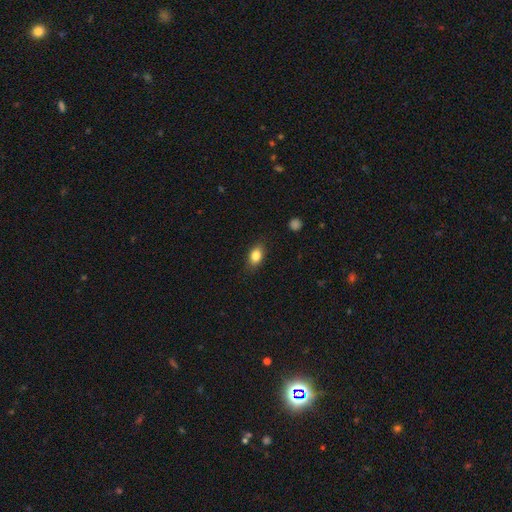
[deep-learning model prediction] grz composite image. It shows a smooth galaxy with no disk features (84%) that is in between round and cigar-shaped (83%). Merging: none (84%).